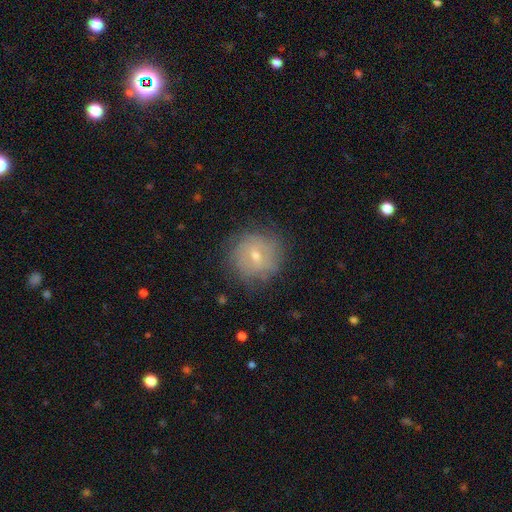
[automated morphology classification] type=smooth (48%); merging=none (78%).